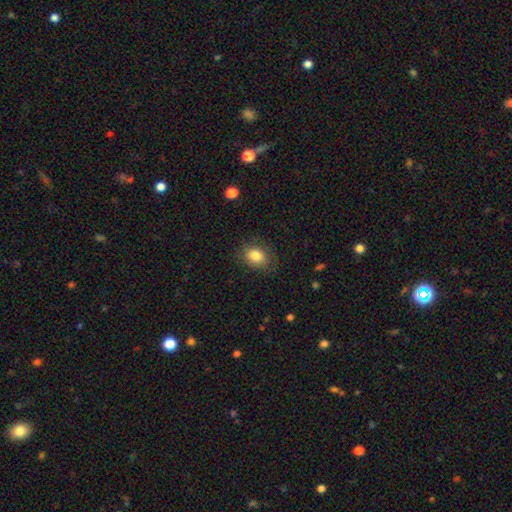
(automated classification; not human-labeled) Smooth or featured?
  - smooth: 83% *
  - star or artifact: 9%
  - featured or disk: 8%
How rounded?
  - in between: 65% *
  - round: 34%
  - cigar-shaped: 1%
Merging?
  - none: 79% *
  - minor disturbance: 16%
  - major disturbance: 5%
  - merger: 1%